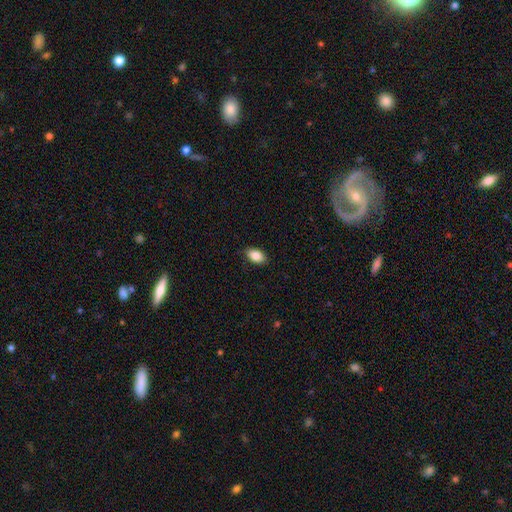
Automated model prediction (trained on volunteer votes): Smooth or featured? Predicted: smooth (p=0.87). How rounded? Predicted: in between (p=0.91). Merging? Predicted: none (p=0.87).